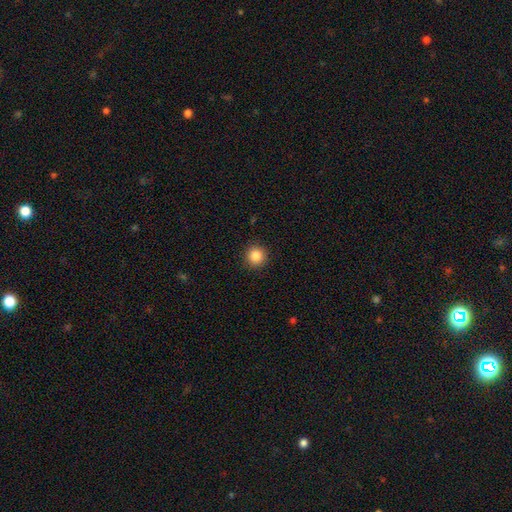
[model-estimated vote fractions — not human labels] Q: Smooth or featured?
A: smooth (85%); runner-up: star or artifact (10%)
Q: How rounded?
A: round (94%); runner-up: in between (5%)
Q: Merging?
A: none (91%); runner-up: minor disturbance (6%)